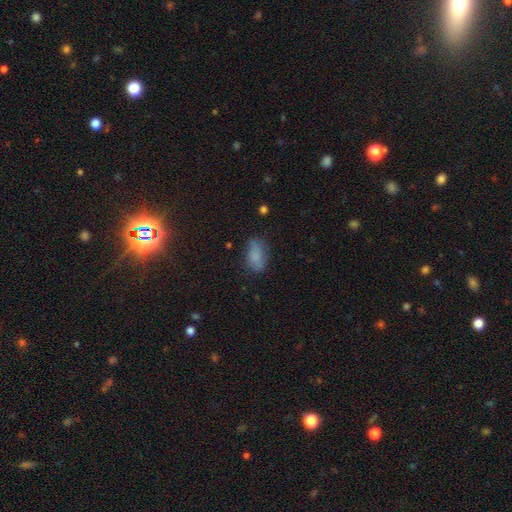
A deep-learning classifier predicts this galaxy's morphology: Smooth or featured? smooth (79%)
How rounded? in between (89%)
Merging? none (64%)